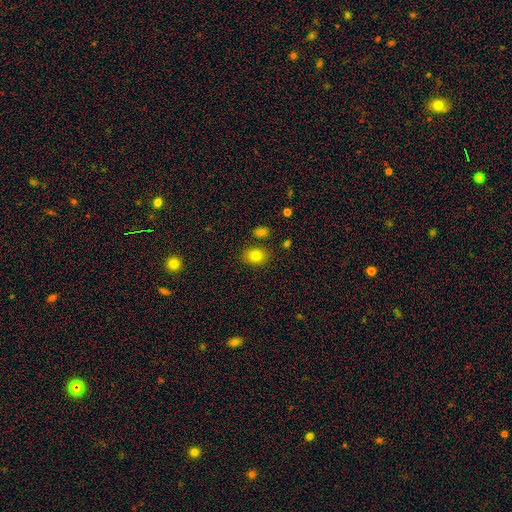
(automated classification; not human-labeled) The model was most divided on "how rounded": in between: 62%, round: 37%, cigar-shaped: 1%. More confident: merging — none (83%); smooth or featured — smooth (81%).